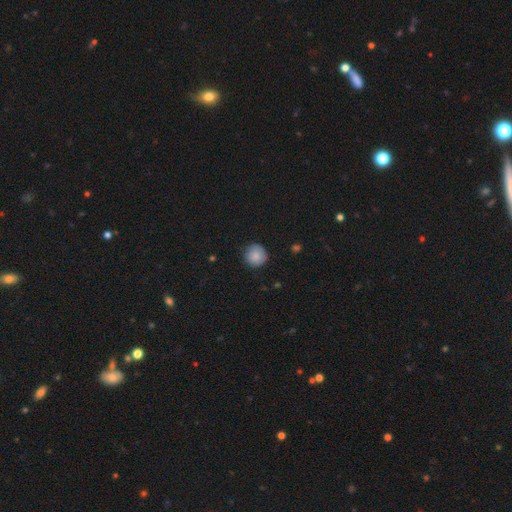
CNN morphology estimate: This is clearly a smooth galaxy (85%). How rounded: clearly round (94%). Merging: clearly none (85%).